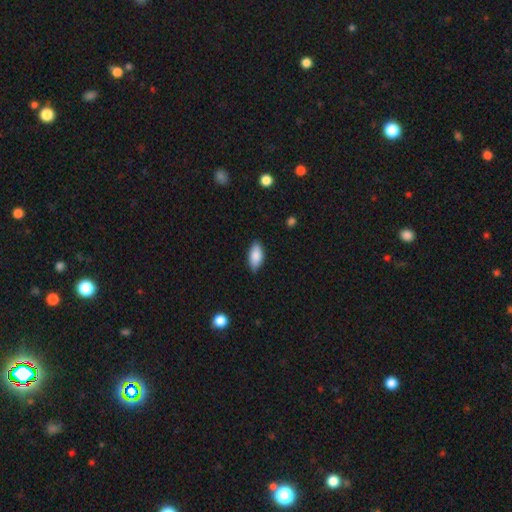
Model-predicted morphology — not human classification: A smooth galaxy with no disk features (85%) that is in between round and cigar-shaped (90%). Merging: none (84%).